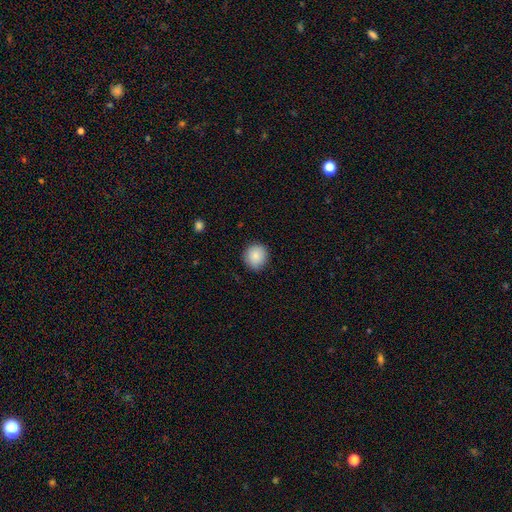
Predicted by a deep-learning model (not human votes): The model was most divided on "smooth or featured": smooth: 87%, star or artifact: 8%, featured or disk: 5%. More confident: how rounded — round (89%); merging — none (88%).